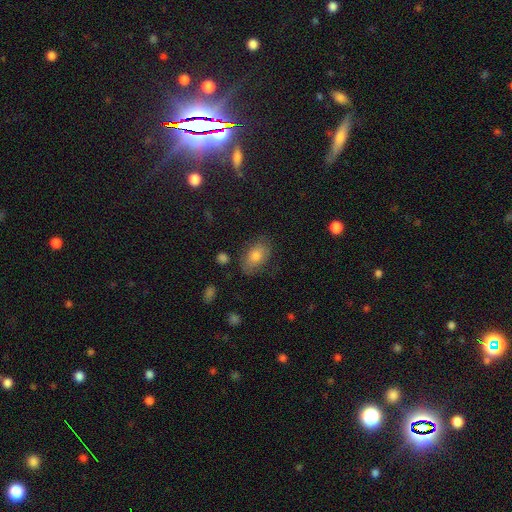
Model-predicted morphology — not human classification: Q: Smooth or featured?
A: smooth (67%); runner-up: featured or disk (20%)
Q: How rounded?
A: in between (87%); runner-up: round (11%)
Q: Merging?
A: none (74%); runner-up: minor disturbance (18%)